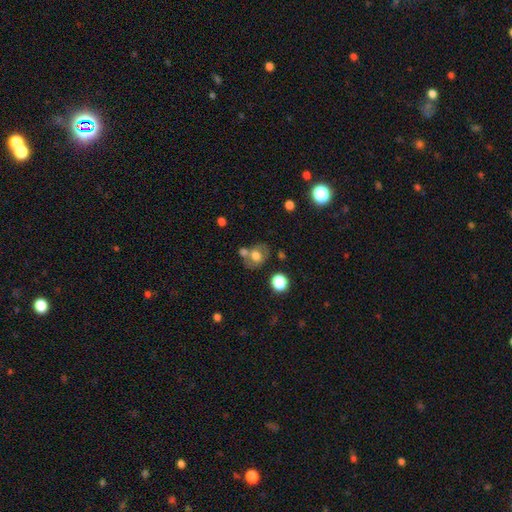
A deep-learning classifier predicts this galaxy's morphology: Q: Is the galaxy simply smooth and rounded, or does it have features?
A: smooth — 64%.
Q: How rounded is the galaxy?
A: round — 51%.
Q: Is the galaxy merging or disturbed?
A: none — 49%.